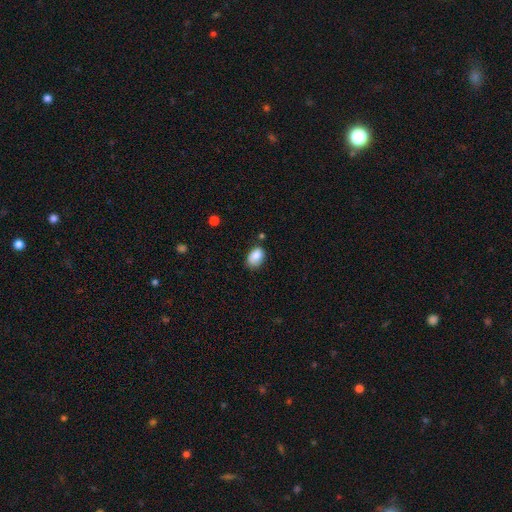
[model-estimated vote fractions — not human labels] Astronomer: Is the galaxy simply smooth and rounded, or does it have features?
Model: smooth — 85%.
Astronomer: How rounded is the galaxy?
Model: in between — 84%.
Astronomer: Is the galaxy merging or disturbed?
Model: none — 61%.